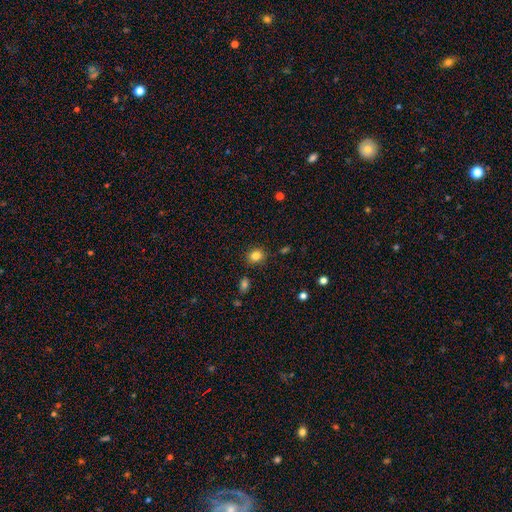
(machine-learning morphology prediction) Q: Smooth or featured?
A: smooth (82%); runner-up: star or artifact (11%)
Q: How rounded?
A: round (65%); runner-up: in between (34%)
Q: Merging?
A: none (84%); runner-up: minor disturbance (11%)